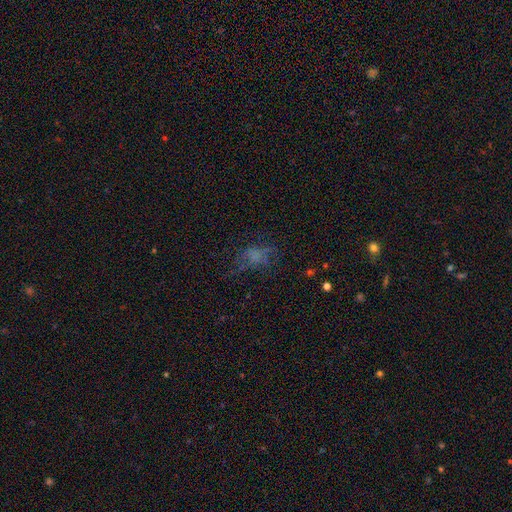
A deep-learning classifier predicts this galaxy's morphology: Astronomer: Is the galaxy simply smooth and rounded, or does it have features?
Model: smooth — 45% (runner-up: featured or disk, 31%).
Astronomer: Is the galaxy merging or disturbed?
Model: none — 48% (runner-up: major disturbance, 29%).